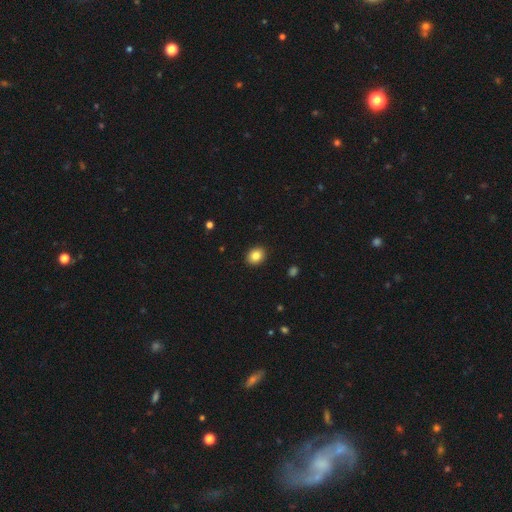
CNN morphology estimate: Smooth or featured? Predicted: smooth (p=0.85). How rounded? Predicted: round (p=0.56). Merging? Predicted: none (p=0.91).